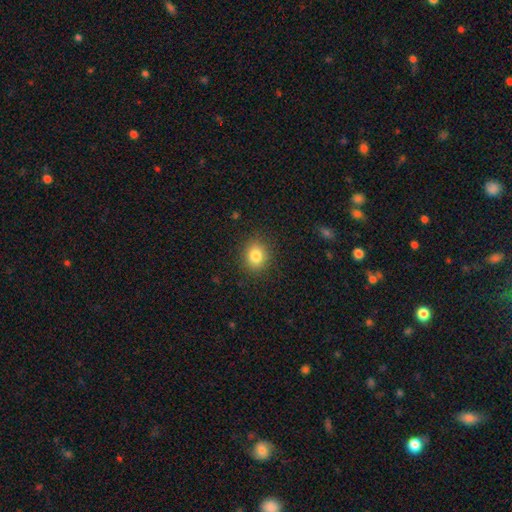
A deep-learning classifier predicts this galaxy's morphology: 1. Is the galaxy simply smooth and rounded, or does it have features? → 83% smooth, 11% star or artifact, 6% featured or disk.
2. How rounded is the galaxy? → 70% round, 29% in between, 1% cigar-shaped.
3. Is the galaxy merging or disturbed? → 88% none, 8% minor disturbance, 3% major disturbance, 1% merger.